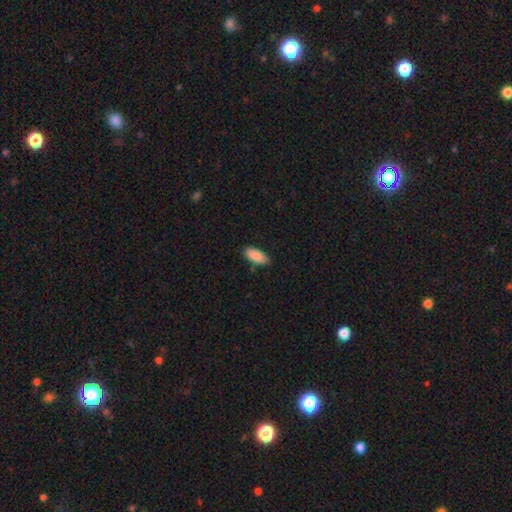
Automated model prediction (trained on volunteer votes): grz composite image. It shows a smooth galaxy with no disk features (89%) that is in between round and cigar-shaped (88%). Merging: none (85%).